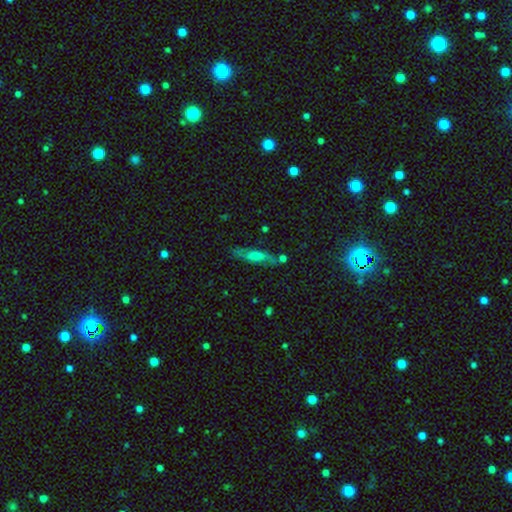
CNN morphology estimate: This is possibly a featured or disk galaxy (46%). Merging: likely none (73%).